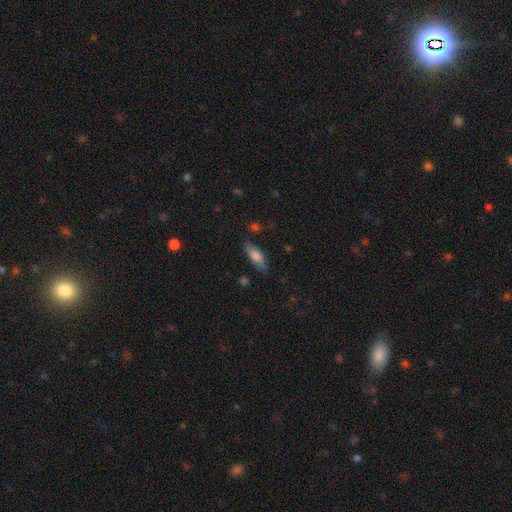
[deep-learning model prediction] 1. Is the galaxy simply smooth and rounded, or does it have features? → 72% smooth, 21% featured or disk, 7% star or artifact.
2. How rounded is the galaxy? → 52% in between, 46% cigar-shaped, 2% round.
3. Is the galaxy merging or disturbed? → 78% none, 16% minor disturbance, 4% major disturbance, 2% merger.